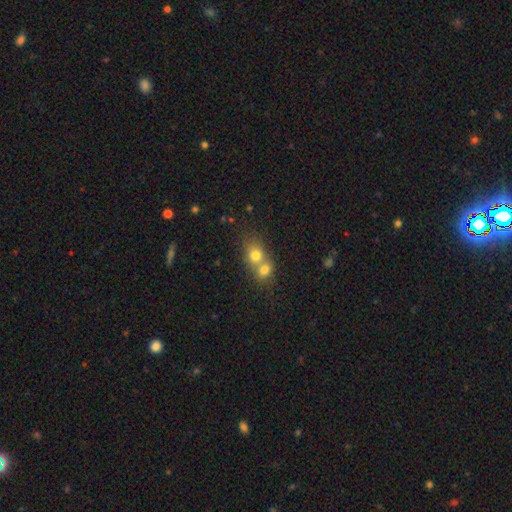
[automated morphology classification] smooth-or-featured: smooth: 73% | featured or disk: 15% | star or artifact: 12%
  how-rounded: round: 64% | in between: 35% | cigar-shaped: 1%
  merging: merger: 67% | none: 25% | minor disturbance: 5% | major disturbance: 2%